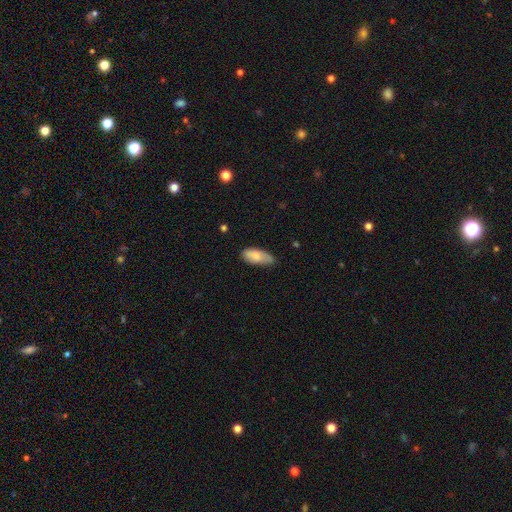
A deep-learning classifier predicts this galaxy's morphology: smooth 77%, featured or disk 16%, star or artifact 6%. Down the decision tree: how rounded — in between (86%); merging — none (60%).